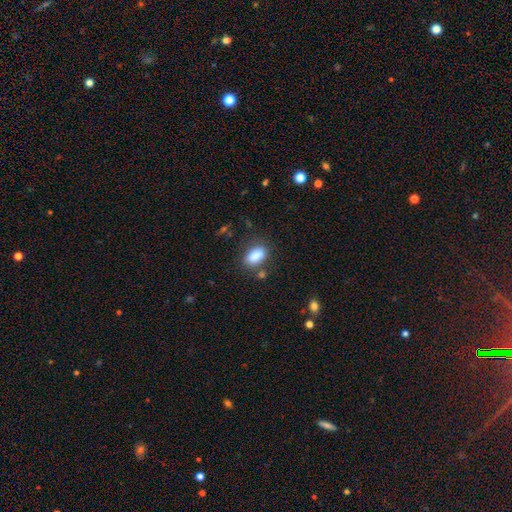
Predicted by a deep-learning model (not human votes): A smooth galaxy with no disk features (86%) that is in between round and cigar-shaped (88%).

Vote fractions:
- Smooth or featured? smooth: 86% / star or artifact: 8% / featured or disk: 6%
- How rounded? in between: 88% / round: 7% / cigar-shaped: 5%
- Merging? none: 74% / minor disturbance: 15% / merger: 5% / major disturbance: 5%